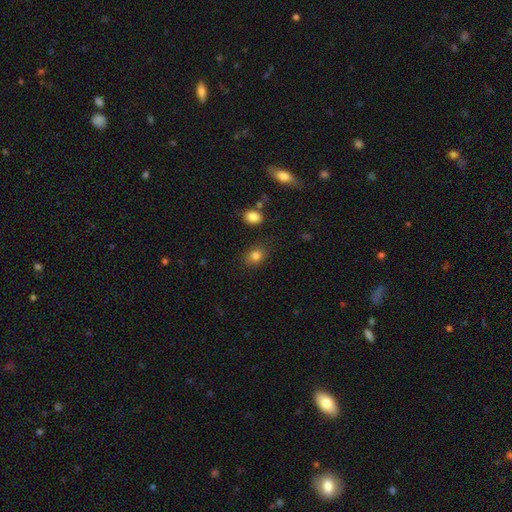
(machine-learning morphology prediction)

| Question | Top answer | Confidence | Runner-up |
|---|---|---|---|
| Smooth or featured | smooth | 83% | star or artifact (11%) |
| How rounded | in between | 57% | round (42%) |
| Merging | none | 82% | minor disturbance (12%) |